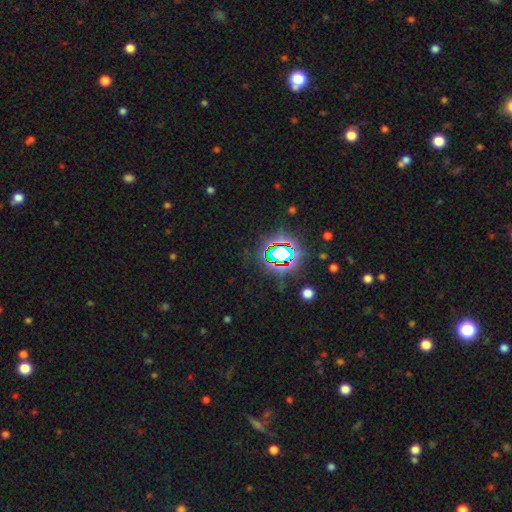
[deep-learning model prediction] star or artifact 80%, smooth 13%, featured or disk 7%.